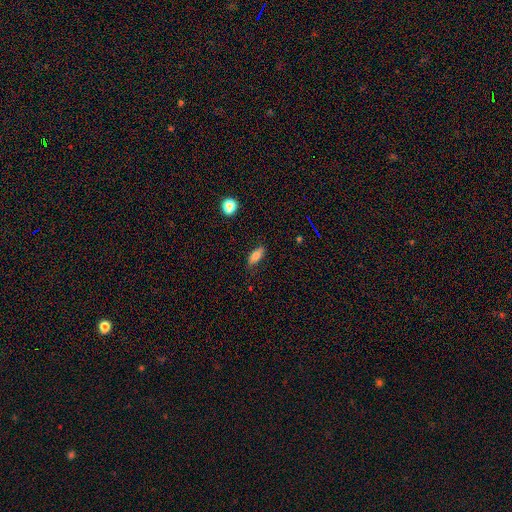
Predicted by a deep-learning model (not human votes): Overall: smooth (76%). How rounded: in between (73%). Merging: none (79%).